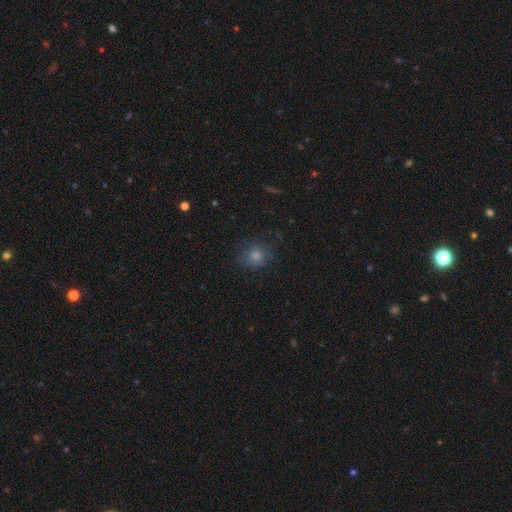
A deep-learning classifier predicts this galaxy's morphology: type=smooth (76%); roundness=round (78%); merging=none (71%).